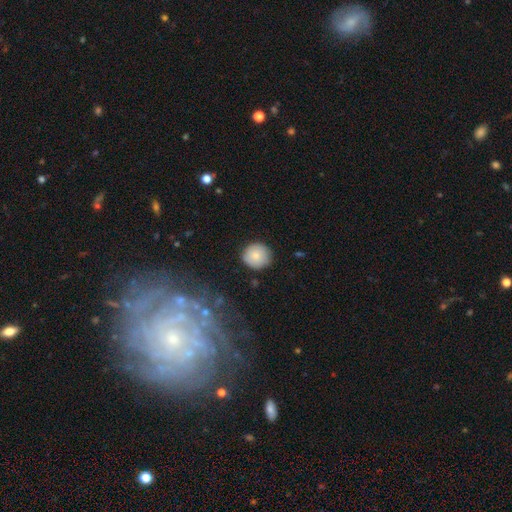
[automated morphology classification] The model was most divided on "smooth or featured": smooth: 79%, featured or disk: 13%, star or artifact: 8%. More confident: how rounded — round (93%); merging — none (85%).